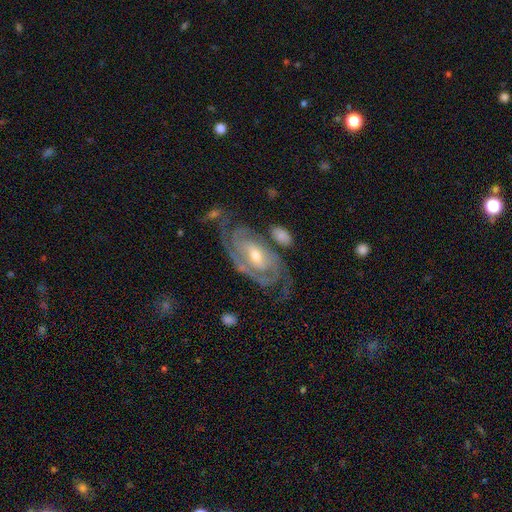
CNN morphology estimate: The model was most divided on "bar": no: 43%, weak: 38%, strong: 19%. More confident: spiral arms — yes (97%); edge-on disk — no (96%); smooth or featured — featured or disk (90%); spiral winding — tight (68%); merging — none (63%); bulge size — moderate (55%); spiral arm count — 2 (53%).